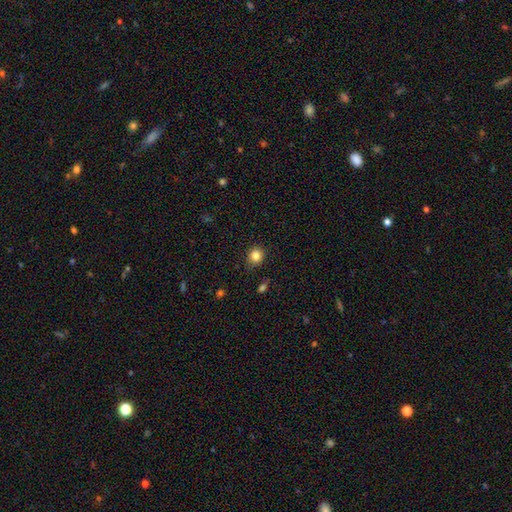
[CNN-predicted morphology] A smooth galaxy with no disk features (84%) that is round (84%). Merging: none (86%).